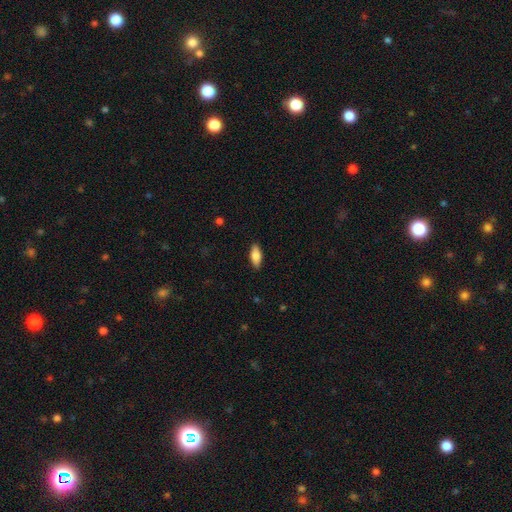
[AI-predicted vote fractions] Q: Smooth or featured?
A: smooth (80%); runner-up: featured or disk (14%)
Q: How rounded?
A: in between (78%); runner-up: cigar-shaped (20%)
Q: Merging?
A: none (88%); runner-up: minor disturbance (9%)